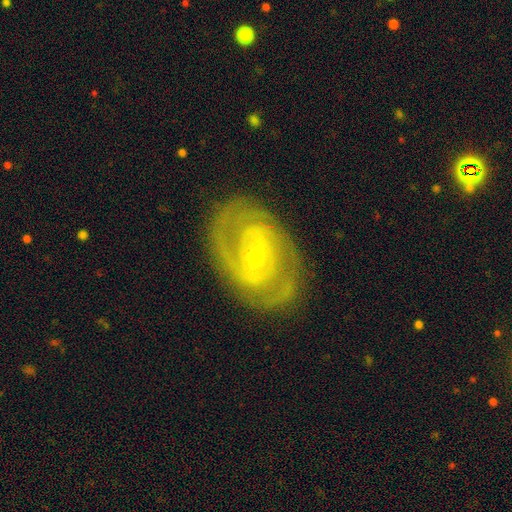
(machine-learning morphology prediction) Q: Smooth or featured?
A: featured or disk (85%); runner-up: smooth (10%)
Q: Edge-on disk?
A: no (96%); runner-up: yes (4%)
Q: Bar?
A: weak (41%); runner-up: no (34%)
Q: Spiral arms?
A: yes (88%); runner-up: no (12%)
Q: Spiral winding?
A: tight (59%); runner-up: medium (33%)
Q: Spiral arm count?
A: 2 (58%); runner-up: can't tell (22%)
Q: Bulge size?
A: small (73%); runner-up: moderate (24%)
Q: Merging?
A: none (78%); runner-up: minor disturbance (14%)